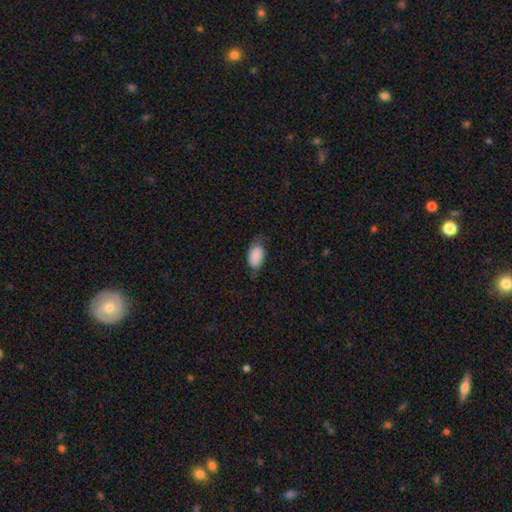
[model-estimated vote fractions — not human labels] smooth-or-featured: smooth: 82% | featured or disk: 11% | star or artifact: 7%
  how-rounded: in between: 93% | round: 5% | cigar-shaped: 2%
  merging: none: 62% | minor disturbance: 27% | major disturbance: 10% | merger: 1%